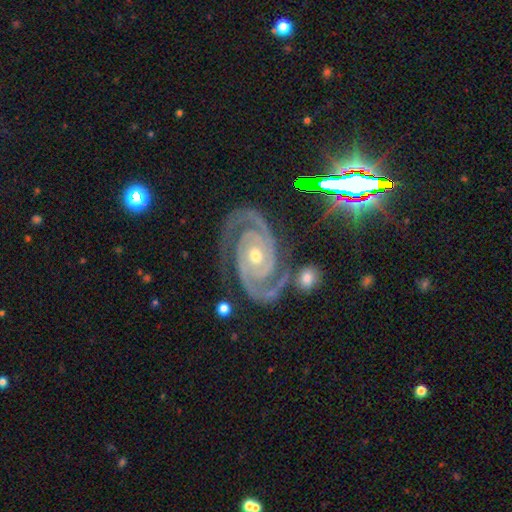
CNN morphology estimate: This is clearly a featured or disk galaxy (92%). It is clearly not viewed edge-on (98%). Bar: likely no (67%). Spiral arm pattern: clearly yes (99%). Spiral arm count: clearly 2 (92%). Spiral winding: likely tight (71%). Central bulge: possibly moderate (53%). Merging: likely none (79%).